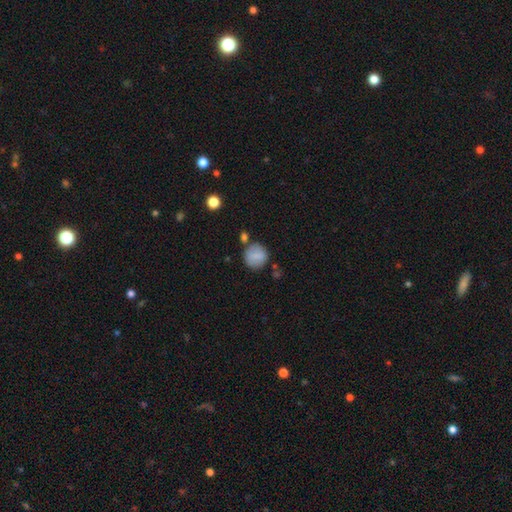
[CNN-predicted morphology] A smooth galaxy with no disk features (81%) that is round (88%).

Vote fractions:
- Smooth or featured? smooth: 81% / featured or disk: 11% / star or artifact: 8%
- How rounded? round: 88% / in between: 11% / cigar-shaped: 1%
- Merging? none: 72% / minor disturbance: 14% / merger: 10% / major disturbance: 4%